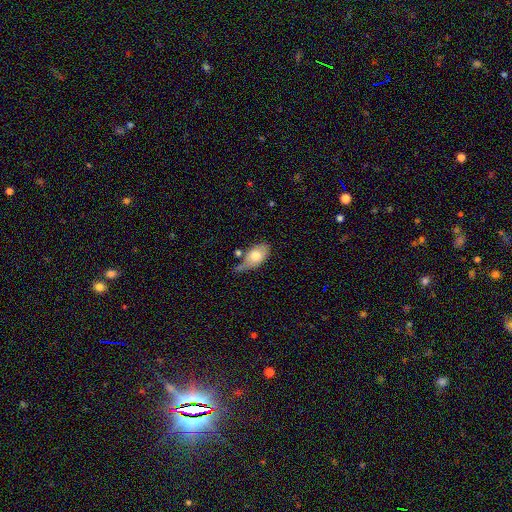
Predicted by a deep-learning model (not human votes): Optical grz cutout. It shows a smooth galaxy with no disk features (73%) that is in between round and cigar-shaped (90%). Merging: none (38%).